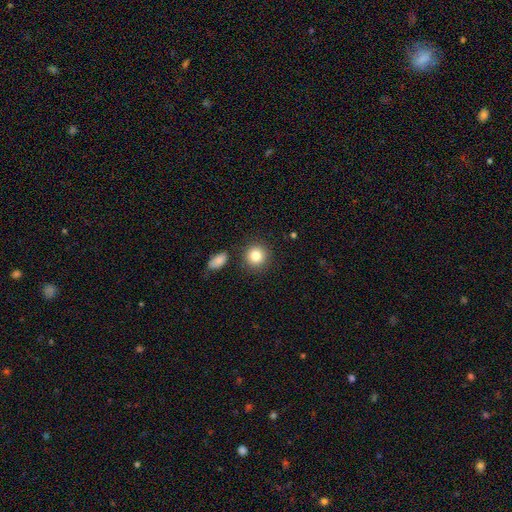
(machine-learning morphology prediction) smooth-or-featured: smooth: 83% | star or artifact: 9% | featured or disk: 8%
  how-rounded: round: 89% | in between: 10% | cigar-shaped: 1%
  merging: none: 85% | minor disturbance: 8% | merger: 5% | major disturbance: 3%